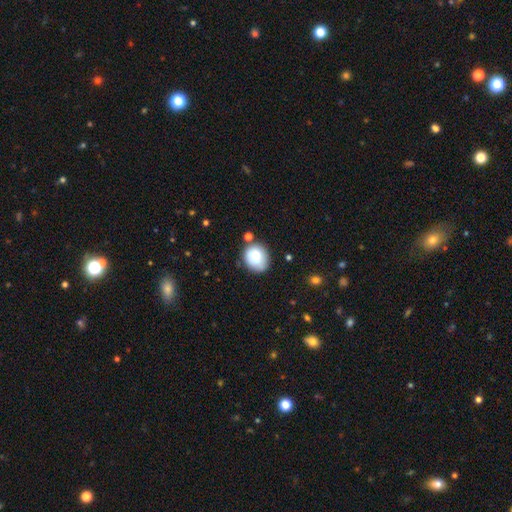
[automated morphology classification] This is likely a smooth galaxy (74%). How rounded: likely round (63%). Merging: likely none (70%).